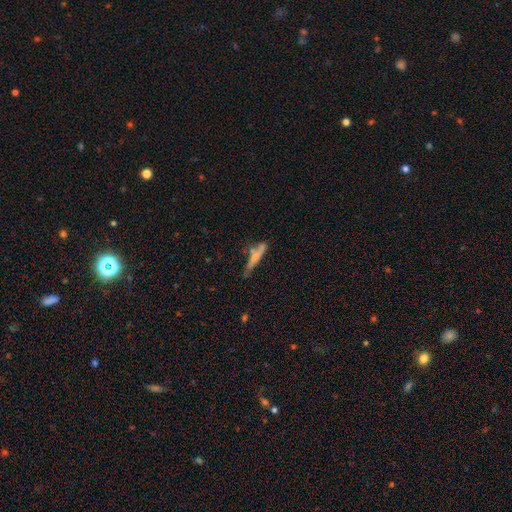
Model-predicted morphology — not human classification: This appears to be a smooth galaxy with no disk features (58%) that is cigar-shaped (88%). Merging: none (53%).